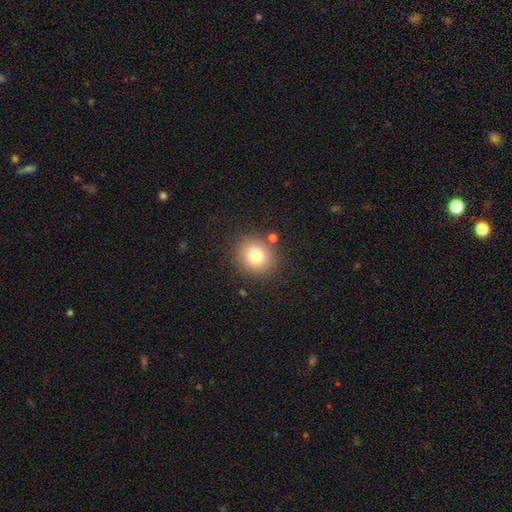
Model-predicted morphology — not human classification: smooth-or-featured: smooth: 78% | star or artifact: 13% | featured or disk: 10%
  how-rounded: round: 83% | in between: 16% | cigar-shaped: 1%
  merging: none: 85% | minor disturbance: 8% | merger: 4% | major disturbance: 3%